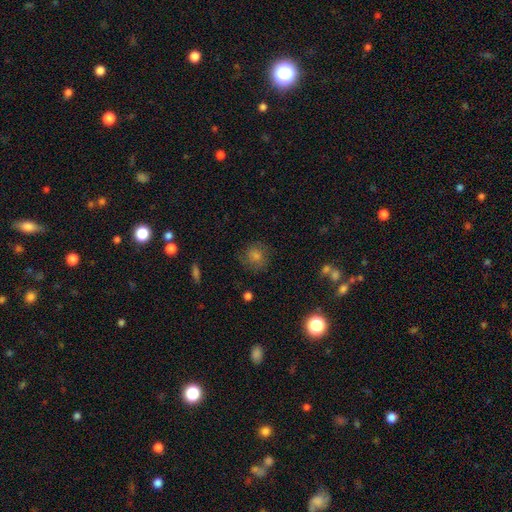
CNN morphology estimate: Smooth or featured?
  - smooth: 55% *
  - star or artifact: 24%
  - featured or disk: 21%
How rounded?
  - round: 86% *
  - in between: 13%
  - cigar-shaped: 1%
Merging?
  - none: 79% *
  - minor disturbance: 13%
  - major disturbance: 6%
  - merger: 2%